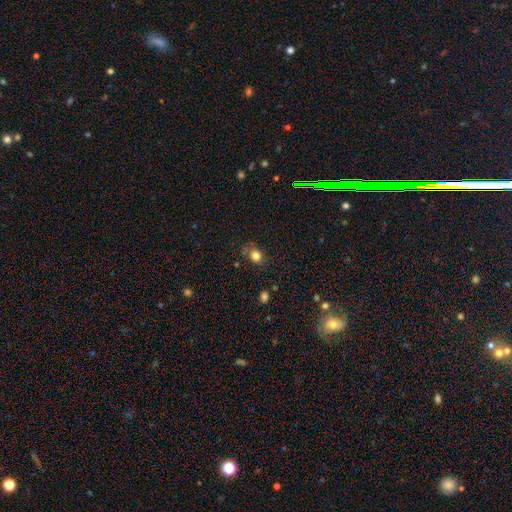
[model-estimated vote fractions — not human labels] smooth 81%, star or artifact 13%, featured or disk 7%. Down the decision tree: how rounded — round (56%); merging — none (70%).